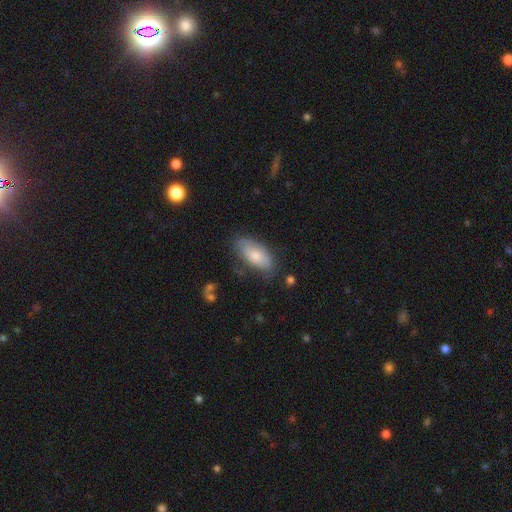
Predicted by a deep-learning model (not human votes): smooth 74%, featured or disk 20%, star or artifact 6%. Down the decision tree: how rounded — in between (89%); merging — none (68%).